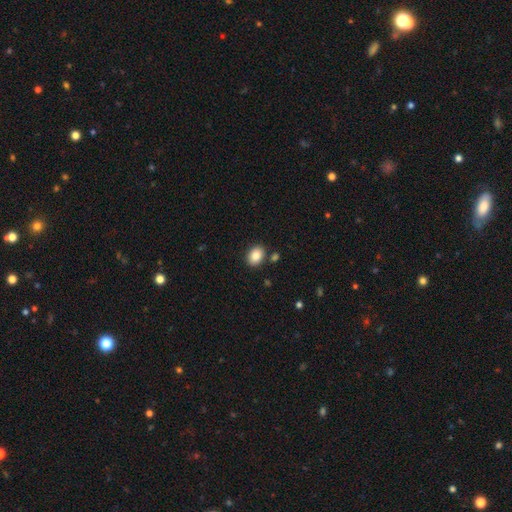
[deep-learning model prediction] smooth 87%, star or artifact 8%, featured or disk 5%. Down the decision tree: how rounded — in between (70%); merging — none (83%).